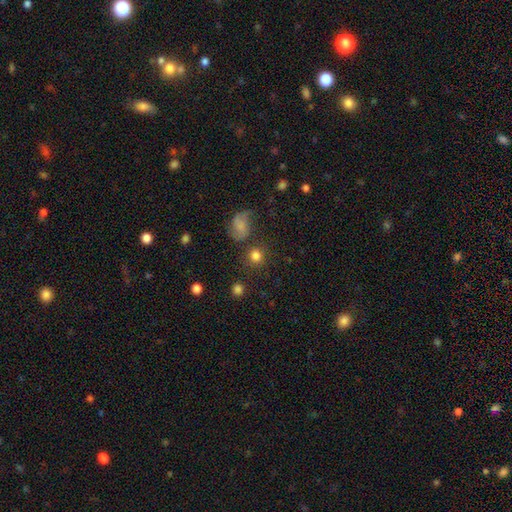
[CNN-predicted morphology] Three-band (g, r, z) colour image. It shows a smooth galaxy with no disk features (81%) that is round (85%). Merging: none (77%).